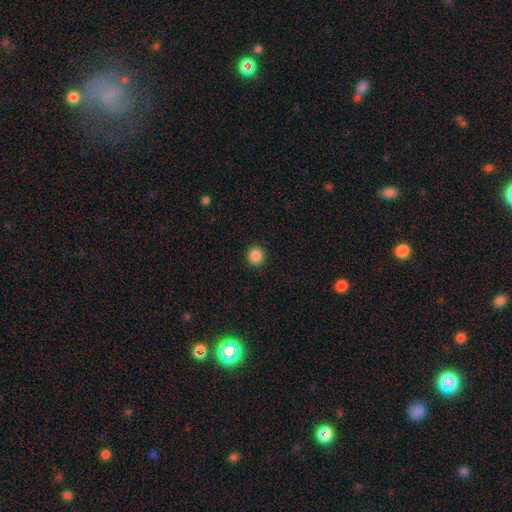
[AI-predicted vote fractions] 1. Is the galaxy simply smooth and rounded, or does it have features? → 88% smooth, 10% star or artifact, 3% featured or disk.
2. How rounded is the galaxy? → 89% round, 10% in between, 1% cigar-shaped.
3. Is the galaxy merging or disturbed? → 92% none, 5% minor disturbance, 2% major disturbance, 1% merger.